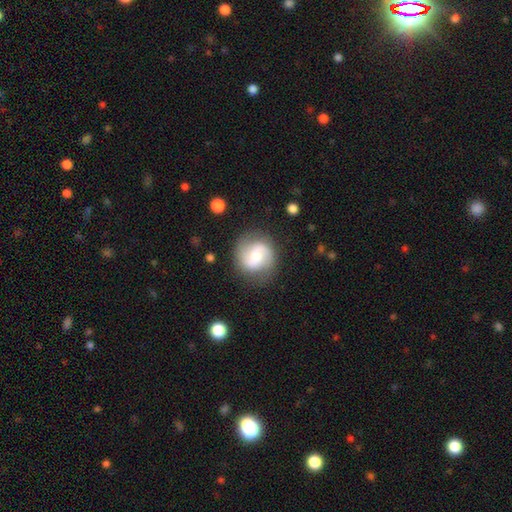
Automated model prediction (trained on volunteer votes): Morphology: type=featured or disk (65%); edge-on=no (98%); bar=weak (46%); spiral arms=yes (91%); winding=medium (48%); arm count=2 (88%); bulge=moderate (58%); merging=none (79%).